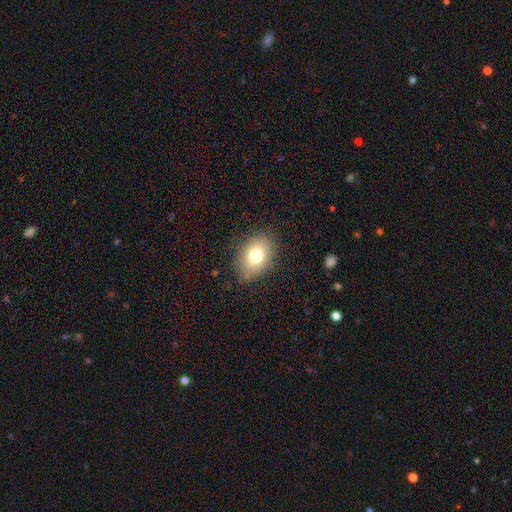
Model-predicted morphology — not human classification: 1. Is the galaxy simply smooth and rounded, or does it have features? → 76% smooth, 14% featured or disk, 10% star or artifact.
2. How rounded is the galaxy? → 76% in between, 23% round, 1% cigar-shaped.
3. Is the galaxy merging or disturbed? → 83% none, 12% minor disturbance, 3% major disturbance, 1% merger.